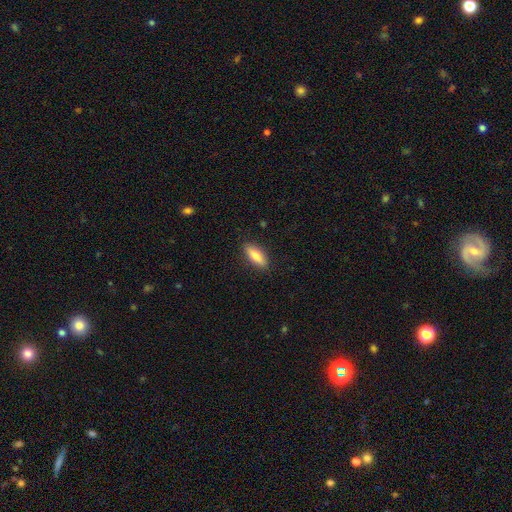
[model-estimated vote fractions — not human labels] Smooth or featured?
  - smooth: 71% *
  - featured or disk: 23%
  - star or artifact: 6%
How rounded?
  - in between: 60% *
  - cigar-shaped: 38%
  - round: 3%
Merging?
  - none: 88% *
  - minor disturbance: 9%
  - major disturbance: 2%
  - merger: 1%